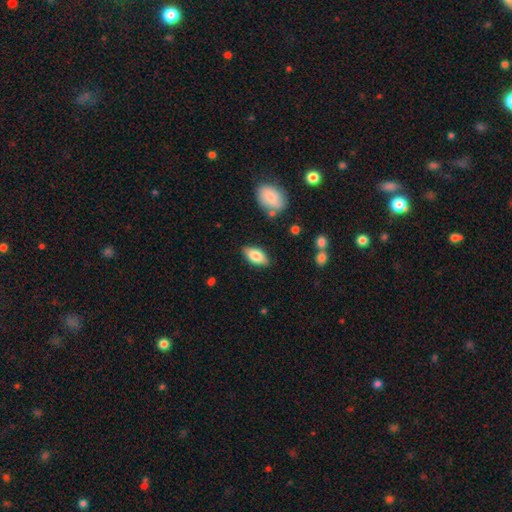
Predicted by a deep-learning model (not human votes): Smooth or featured? Predicted: smooth (p=0.79). How rounded? Predicted: in between (p=0.90). Merging? Predicted: none (p=0.84).